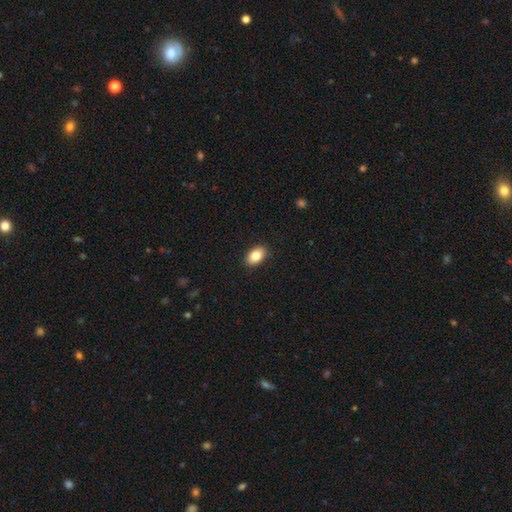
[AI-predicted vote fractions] Smooth or featured? smooth (84%)
How rounded? in between (89%)
Merging? none (90%)